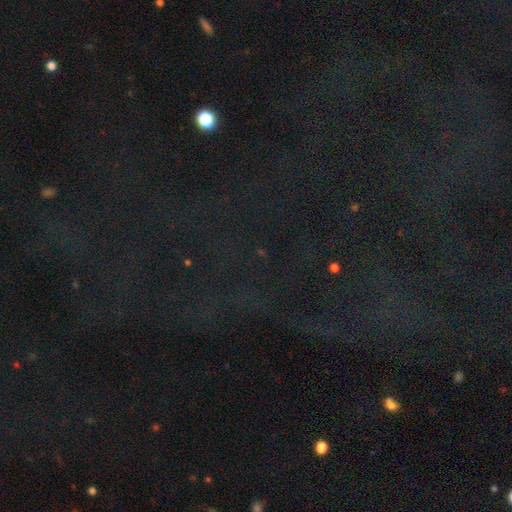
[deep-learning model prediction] Q: Smooth or featured?
A: star or artifact (79%); runner-up: smooth (11%)